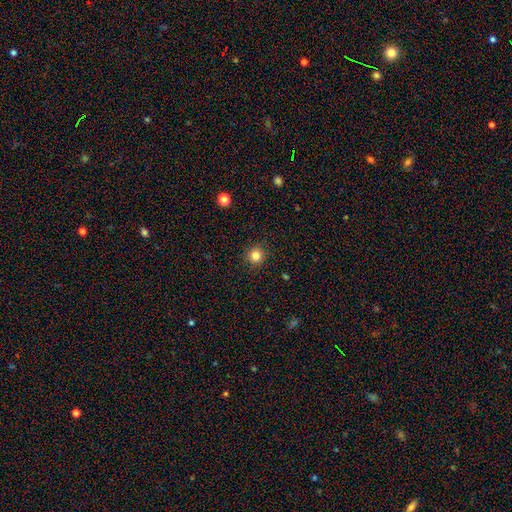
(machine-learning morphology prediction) A smooth galaxy with no disk features (83%) that is round (93%).

Vote fractions:
- Smooth or featured? smooth: 83% / star or artifact: 12% / featured or disk: 5%
- How rounded? round: 93% / in between: 6% / cigar-shaped: 1%
- Merging? none: 91% / minor disturbance: 6% / major disturbance: 2% / merger: 1%